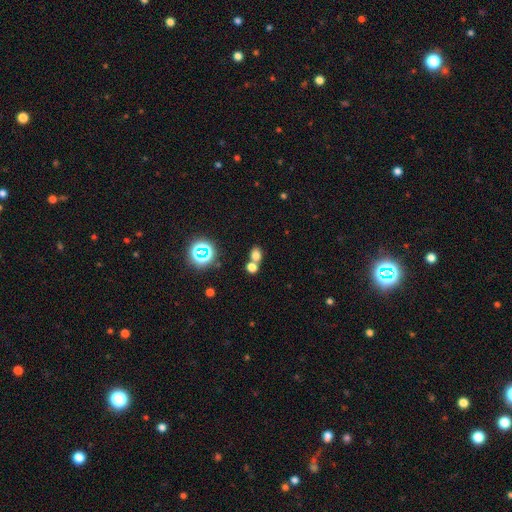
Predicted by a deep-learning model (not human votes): Morphology: type=smooth (70%); roundness=in between (52%); merging=merger (46%).